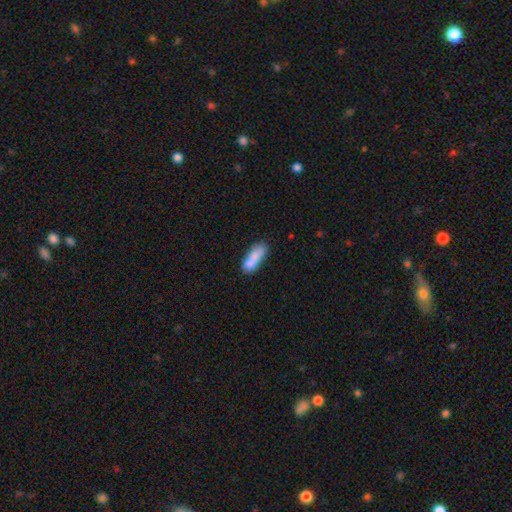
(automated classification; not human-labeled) A smooth galaxy with no disk features (77%) that is in between round and cigar-shaped (63%).

Vote fractions:
- Smooth or featured? smooth: 77% / featured or disk: 16% / star or artifact: 7%
- How rounded? in between: 63% / cigar-shaped: 34% / round: 3%
- Merging? none: 47% / merger: 26% / minor disturbance: 20% / major disturbance: 7%